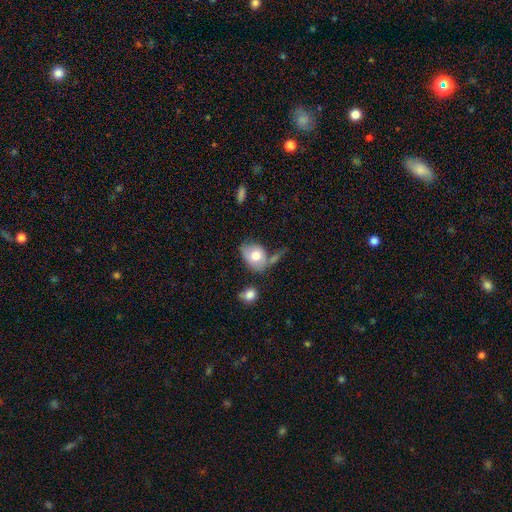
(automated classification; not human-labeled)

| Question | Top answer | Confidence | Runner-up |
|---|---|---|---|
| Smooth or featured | smooth | 71% | featured or disk (21%) |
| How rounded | in between | 66% | round (33%) |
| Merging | none | 41% | minor disturbance (25%) |